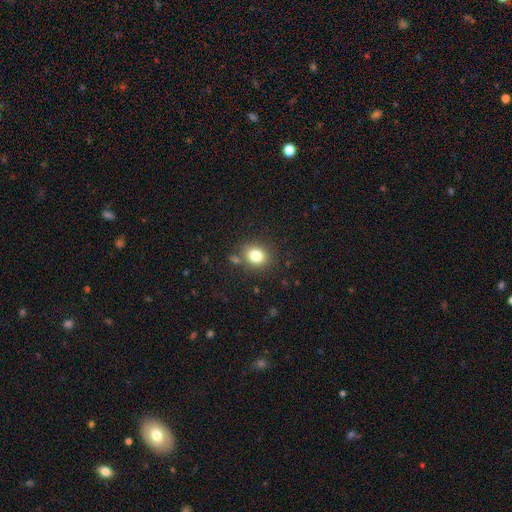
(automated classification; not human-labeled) Morphology: type=smooth (81%); roundness=round (65%); merging=none (80%).